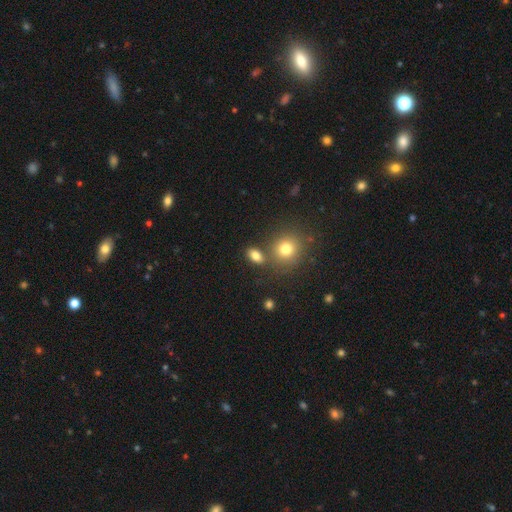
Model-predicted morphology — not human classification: smooth-or-featured: smooth: 81% | star or artifact: 12% | featured or disk: 7%
  how-rounded: in between: 79% | round: 18% | cigar-shaped: 3%
  merging: none: 71% | merger: 14% | minor disturbance: 11% | major disturbance: 4%